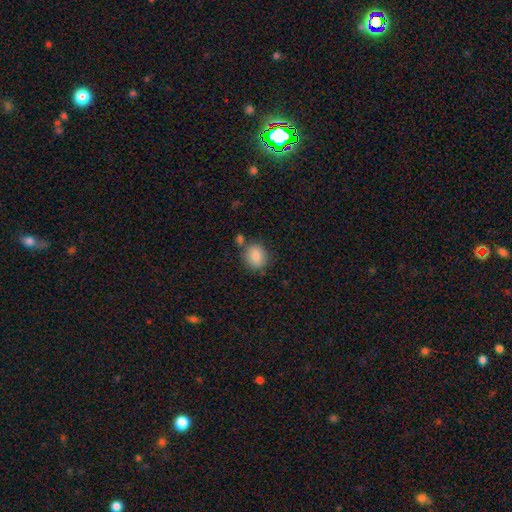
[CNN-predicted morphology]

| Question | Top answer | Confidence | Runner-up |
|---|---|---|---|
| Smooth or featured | smooth | 82% | featured or disk (9%) |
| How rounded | round | 72% | in between (27%) |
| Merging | none | 74% | minor disturbance (13%) |